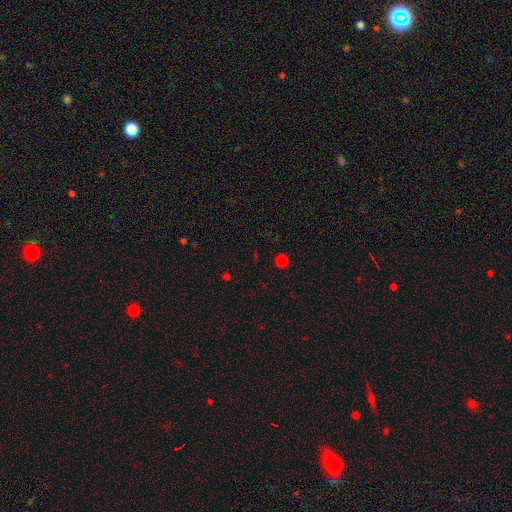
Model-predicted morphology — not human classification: Q: Smooth or featured?
A: smooth (60%); runner-up: star or artifact (35%)
Q: How rounded?
A: round (90%); runner-up: in between (9%)
Q: Merging?
A: none (90%); runner-up: minor disturbance (5%)